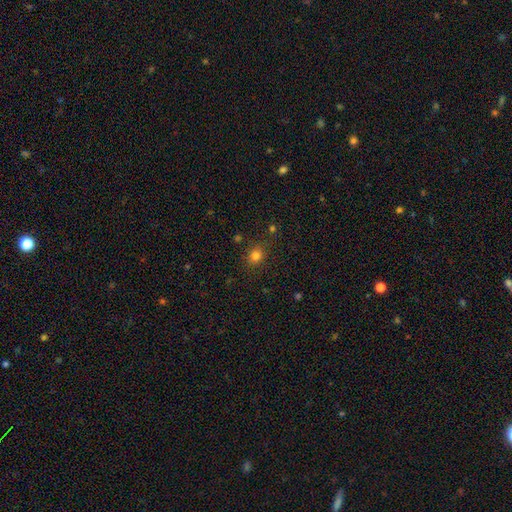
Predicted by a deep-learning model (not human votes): smooth-or-featured: smooth: 80% | star or artifact: 15% | featured or disk: 5%
  how-rounded: round: 74% | in between: 25% | cigar-shaped: 1%
  merging: none: 83% | minor disturbance: 11% | major disturbance: 3% | merger: 3%